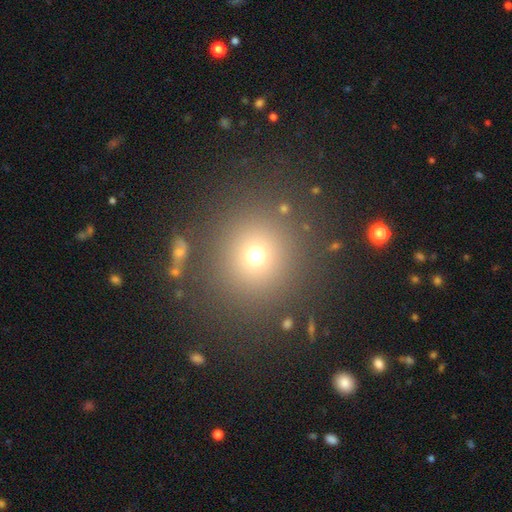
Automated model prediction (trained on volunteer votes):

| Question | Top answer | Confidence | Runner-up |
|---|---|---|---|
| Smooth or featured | smooth | 69% | star or artifact (21%) |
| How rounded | round | 92% | in between (7%) |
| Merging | none | 84% | minor disturbance (7%) |